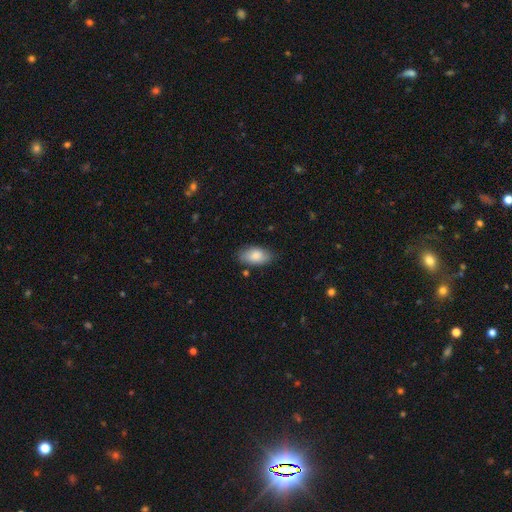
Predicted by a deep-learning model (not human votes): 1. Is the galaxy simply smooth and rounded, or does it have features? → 84% smooth, 10% featured or disk, 6% star or artifact.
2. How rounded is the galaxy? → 94% in between, 4% round, 3% cigar-shaped.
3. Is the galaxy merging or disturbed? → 79% none, 16% minor disturbance, 3% major disturbance, 2% merger.